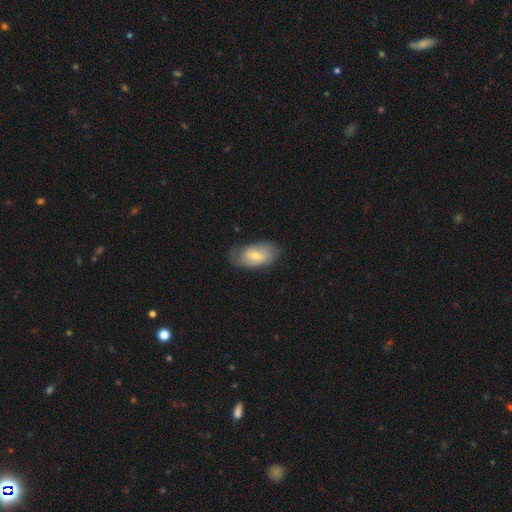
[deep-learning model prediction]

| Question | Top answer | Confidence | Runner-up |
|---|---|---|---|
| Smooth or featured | featured or disk | 51% | smooth (42%) |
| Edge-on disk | no | 92% | yes (8%) |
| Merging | none | 68% | minor disturbance (24%) |